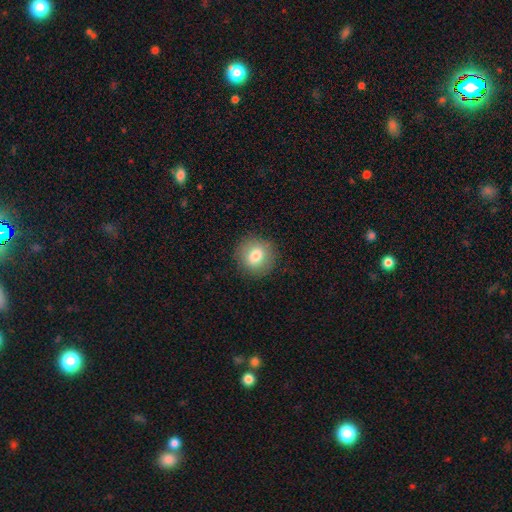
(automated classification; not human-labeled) The model was most divided on "smooth or featured": smooth: 77%, featured or disk: 13%, star or artifact: 9%. More confident: merging — none (87%); how rounded — round (87%).